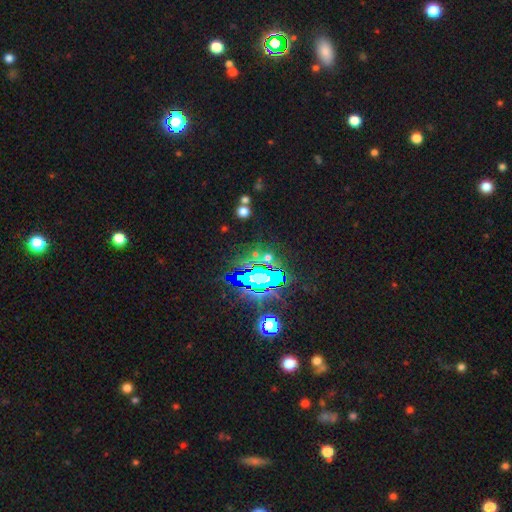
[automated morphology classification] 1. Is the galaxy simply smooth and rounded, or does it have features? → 74% star or artifact, 14% smooth, 12% featured or disk.